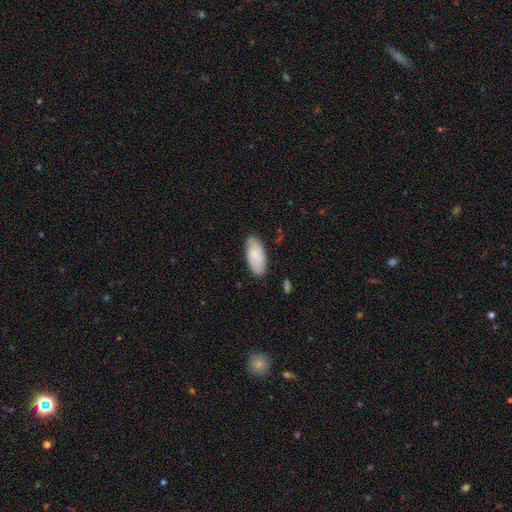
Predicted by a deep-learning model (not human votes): This appears to be a smooth galaxy with no disk features (80%) that is in between round and cigar-shaped (91%). Merging: none (79%).